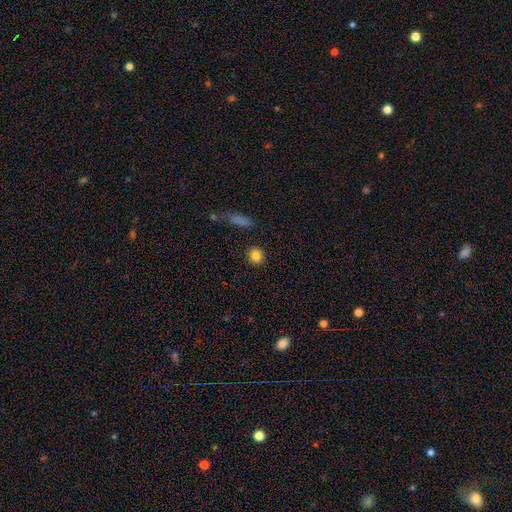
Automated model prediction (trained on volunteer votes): Q: Smooth or featured?
A: smooth (84%); runner-up: star or artifact (10%)
Q: How rounded?
A: round (78%); runner-up: in between (21%)
Q: Merging?
A: none (88%); runner-up: minor disturbance (8%)